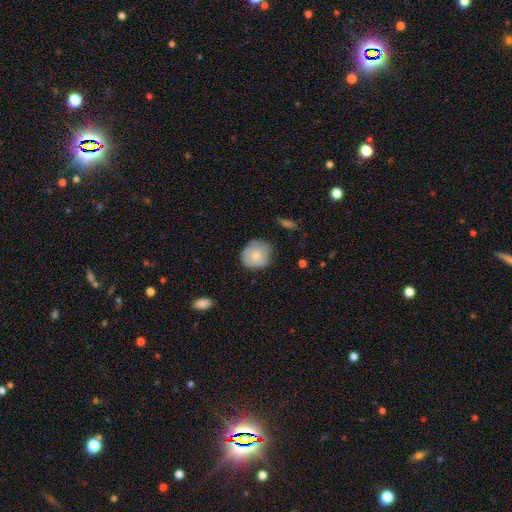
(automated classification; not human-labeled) A smooth galaxy with no disk features (73%) that is round (83%).

Vote fractions:
- Smooth or featured? smooth: 73% / featured or disk: 20% / star or artifact: 7%
- How rounded? round: 83% / in between: 16% / cigar-shaped: 1%
- Merging? none: 65% / minor disturbance: 27% / major disturbance: 6% / merger: 2%